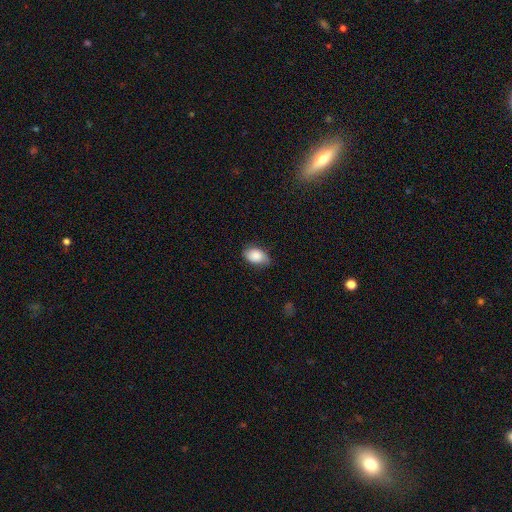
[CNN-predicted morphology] type=smooth (84%); roundness=in between (87%); merging=none (68%).